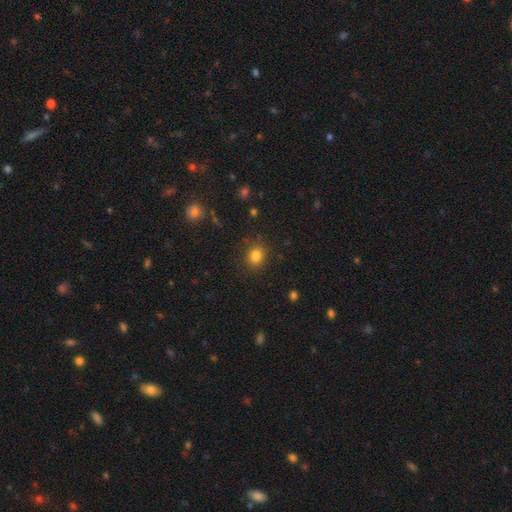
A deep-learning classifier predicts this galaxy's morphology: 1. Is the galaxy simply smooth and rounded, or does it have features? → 81% smooth, 13% star or artifact, 6% featured or disk.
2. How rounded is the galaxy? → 72% round, 27% in between, 1% cigar-shaped.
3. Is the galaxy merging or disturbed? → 85% none, 10% minor disturbance, 3% major disturbance, 2% merger.